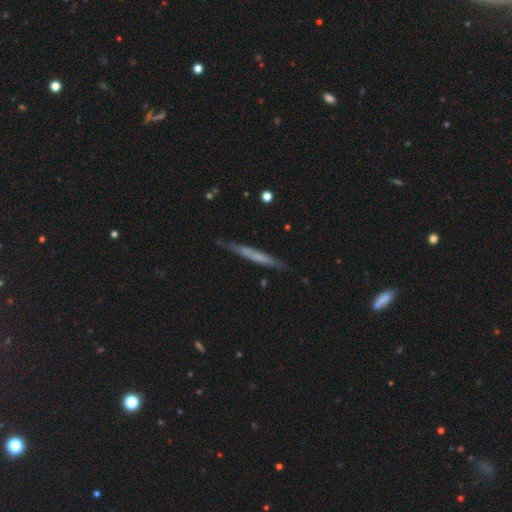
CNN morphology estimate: The model was most divided on "smooth or featured" (2-way tie): smooth: 47%, featured or disk: 47%, star or artifact: 6%. More confident: merging — none (86%).